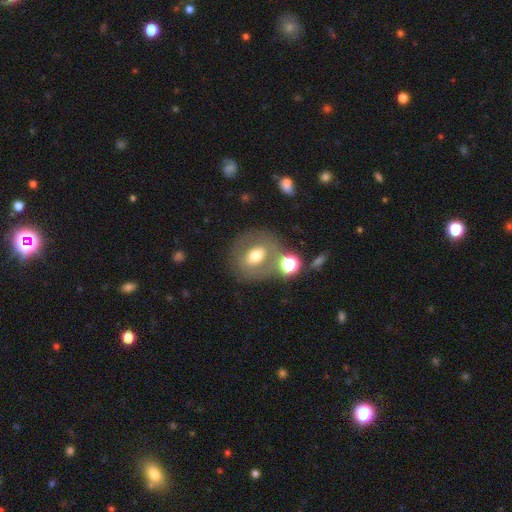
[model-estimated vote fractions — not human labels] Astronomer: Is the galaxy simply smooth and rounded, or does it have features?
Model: smooth — 50% (runner-up: featured or disk, 38%).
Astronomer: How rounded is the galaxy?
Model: round — 60% (runner-up: in between, 38%).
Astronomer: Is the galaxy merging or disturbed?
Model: none — 67%.